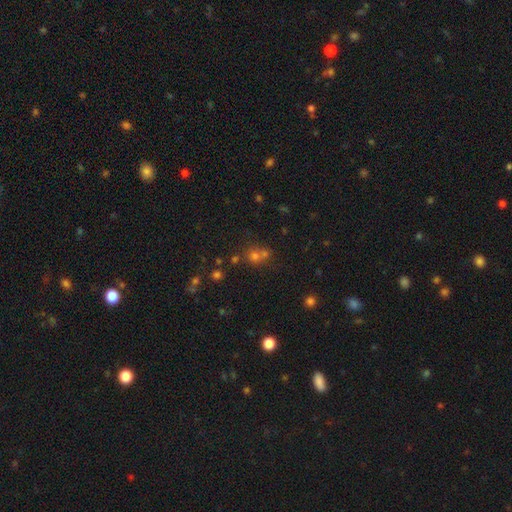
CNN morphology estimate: Q: Smooth or featured?
A: smooth (56%); runner-up: star or artifact (33%)
Q: How rounded?
A: round (85%); runner-up: in between (14%)
Q: Merging?
A: none (53%); runner-up: merger (36%)